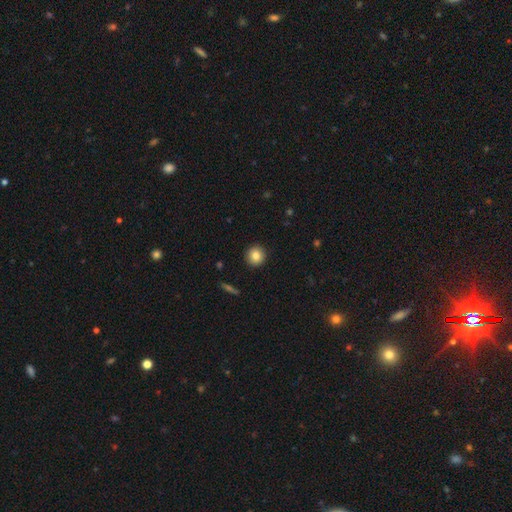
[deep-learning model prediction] Smooth or featured?
  - smooth: 84% *
  - star or artifact: 9%
  - featured or disk: 7%
How rounded?
  - round: 93% *
  - in between: 6%
  - cigar-shaped: 1%
Merging?
  - none: 92% *
  - minor disturbance: 5%
  - major disturbance: 2%
  - merger: 1%